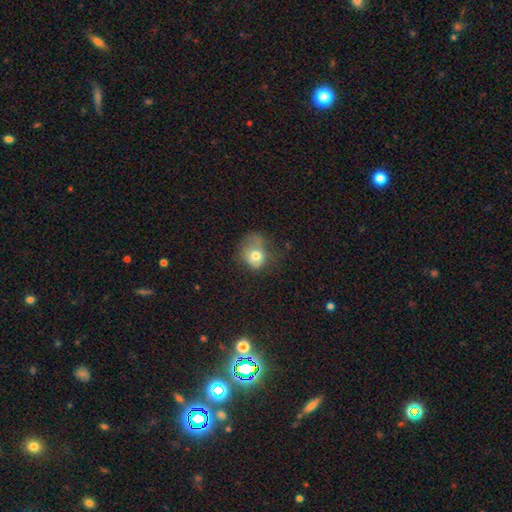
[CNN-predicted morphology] A smooth galaxy with no disk features (69%) that is round (55%). Merging: major disturbance (38%).